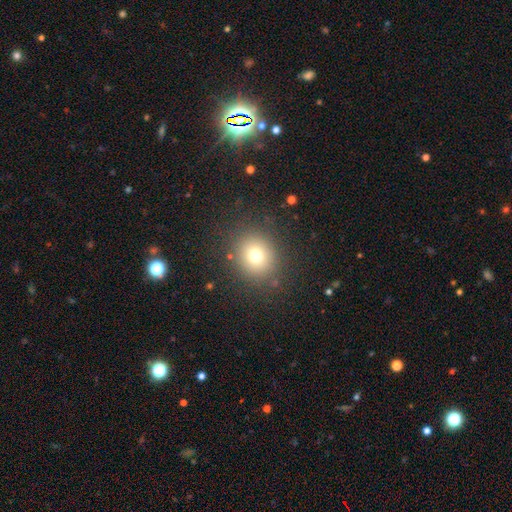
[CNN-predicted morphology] smooth 73%, star or artifact 16%, featured or disk 11%. Down the decision tree: how rounded — round (81%); merging — none (86%).